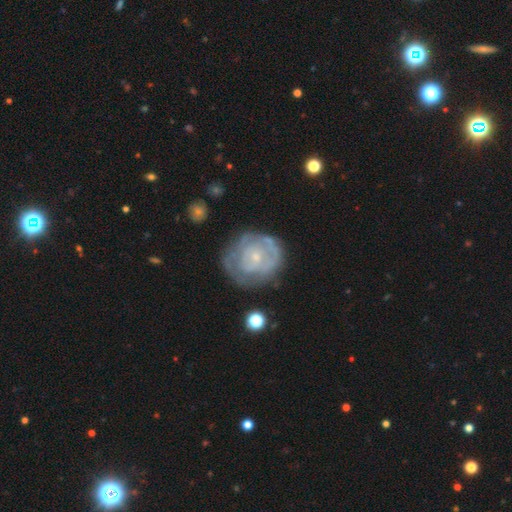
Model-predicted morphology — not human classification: smooth-or-featured: featured or disk: 70% | smooth: 24% | star or artifact: 7%
  disk-edge-on: no: 97% | yes: 3%
    bar: no: 78% | weak: 18% | strong: 4%
    has-spiral-arms: yes: 67% | no: 33%
    bulge-size: small: 76% | moderate: 18% | none: 4% | large: 1% | dominant: 1%
  merging: none: 67% | minor disturbance: 21% | major disturbance: 10% | merger: 2%